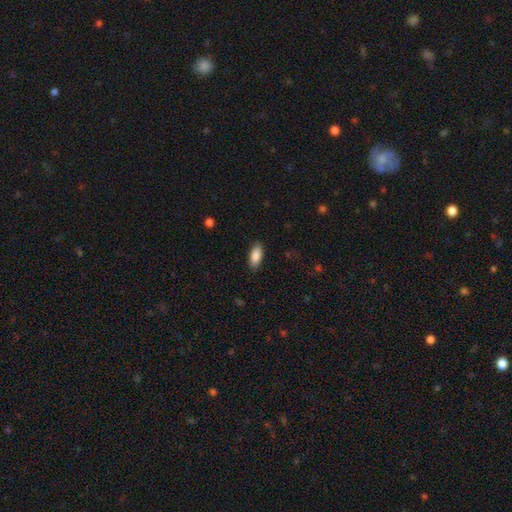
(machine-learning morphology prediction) type=smooth (88%); roundness=in between (84%); merging=none (87%).